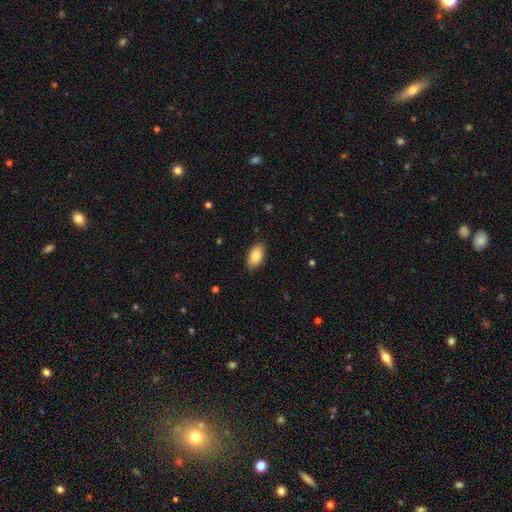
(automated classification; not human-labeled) smooth 84%, featured or disk 9%, star or artifact 7%. Down the decision tree: how rounded — in between (94%); merging — none (88%).